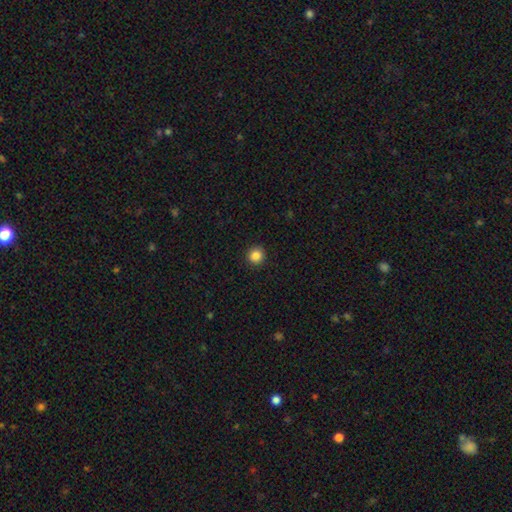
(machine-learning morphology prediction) Q: Smooth or featured?
A: smooth (86%); runner-up: star or artifact (10%)
Q: How rounded?
A: round (94%); runner-up: in between (5%)
Q: Merging?
A: none (93%); runner-up: minor disturbance (5%)